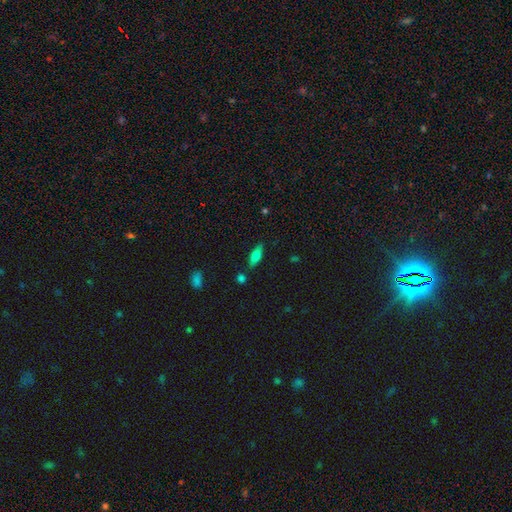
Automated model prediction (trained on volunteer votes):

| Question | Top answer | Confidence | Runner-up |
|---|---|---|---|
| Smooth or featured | smooth | 73% | featured or disk (19%) |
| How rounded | in between | 65% | cigar-shaped (32%) |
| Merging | none | 78% | minor disturbance (13%) |